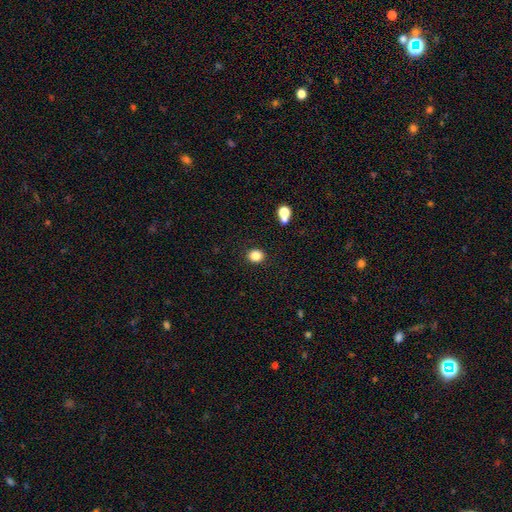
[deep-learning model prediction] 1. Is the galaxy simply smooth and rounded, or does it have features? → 84% smooth, 11% star or artifact, 5% featured or disk.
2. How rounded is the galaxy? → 67% round, 32% in between, 1% cigar-shaped.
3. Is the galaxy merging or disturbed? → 89% none, 7% minor disturbance, 2% major disturbance, 2% merger.